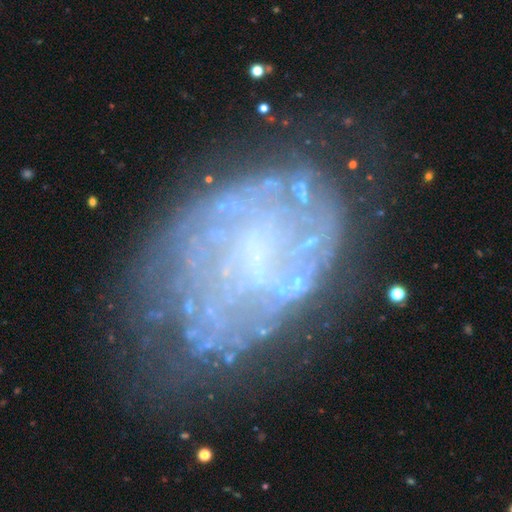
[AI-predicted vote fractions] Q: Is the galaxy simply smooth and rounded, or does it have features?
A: featured or disk — 72%.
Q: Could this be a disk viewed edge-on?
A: no — 98%.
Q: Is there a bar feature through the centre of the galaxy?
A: no — 70%.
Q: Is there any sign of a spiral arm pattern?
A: no — 58%.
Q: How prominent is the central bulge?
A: none — 64%.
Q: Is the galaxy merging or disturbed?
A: none — 51%.